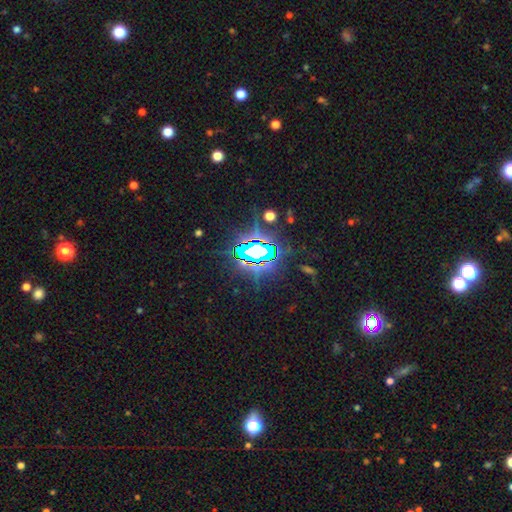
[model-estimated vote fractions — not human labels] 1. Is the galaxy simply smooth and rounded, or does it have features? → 78% star or artifact, 11% featured or disk, 11% smooth.